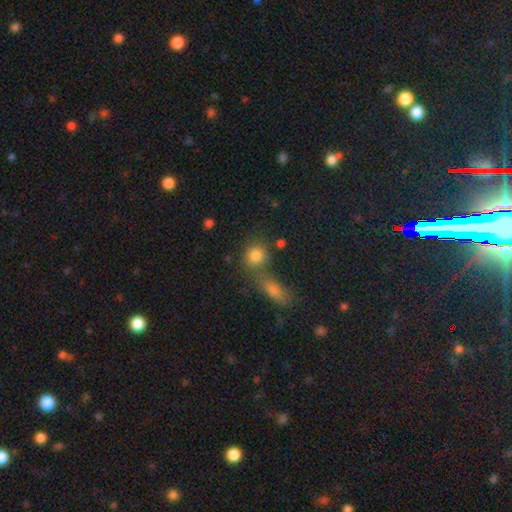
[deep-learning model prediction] Smooth or featured?
  - smooth: 80% *
  - star or artifact: 12%
  - featured or disk: 8%
How rounded?
  - round: 73% *
  - in between: 23%
  - cigar-shaped: 4%
Merging?
  - none: 56% *
  - merger: 29%
  - minor disturbance: 10%
  - major disturbance: 5%